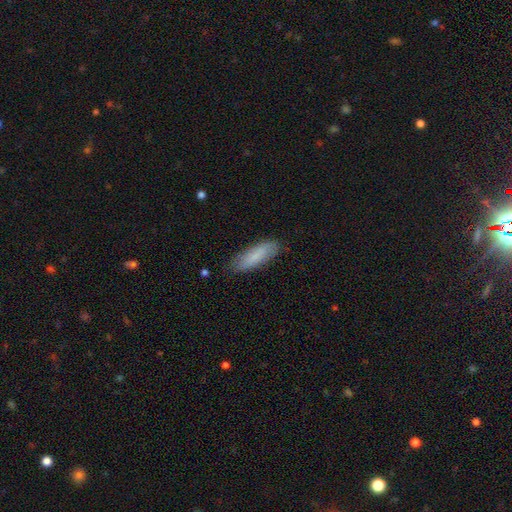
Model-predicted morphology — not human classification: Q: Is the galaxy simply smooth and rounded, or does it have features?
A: smooth — 79%.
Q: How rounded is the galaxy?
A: cigar-shaped — 56%.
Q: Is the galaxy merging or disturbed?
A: none — 78%.